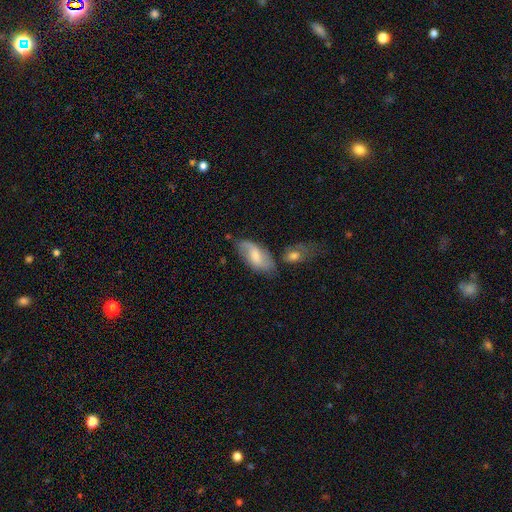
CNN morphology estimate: Overall: smooth (53%; featured or disk 40%). How rounded: in between (91%). Merging: none (58%; minor disturbance 22%).